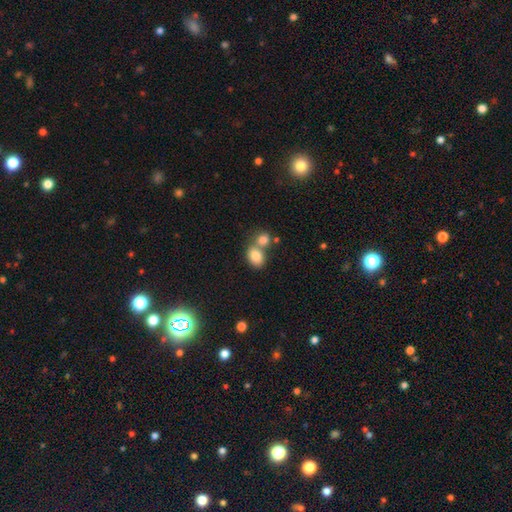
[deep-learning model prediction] smooth_or_featured: smooth (p=0.82) [alt: star or artifact p=0.09]
how_rounded: in between (p=0.65) [alt: round p=0.34]
merging: merger (p=0.48) [alt: none p=0.40]